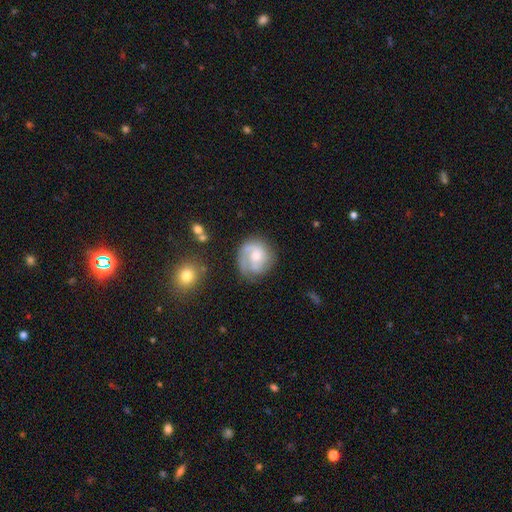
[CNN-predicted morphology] Smooth or featured: featured or disk — 65% (smooth — 28%)
Edge-on disk: no — 98% (yes — 2%)
Bar: no — 67% (weak — 29%)
Spiral arms: yes — 89% (no — 11%)
Spiral winding: tight — 47% (medium — 37%)
Spiral arm count: 2 — 33% (tied with 1 — 33%)
Bulge size: moderate — 52% (small — 32%)
Merging: none — 66% (minor disturbance — 20%)